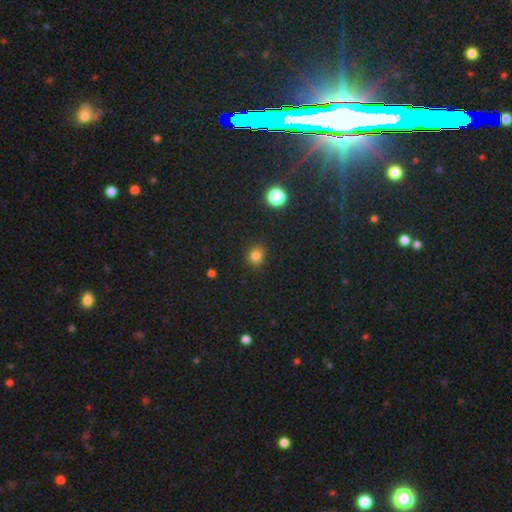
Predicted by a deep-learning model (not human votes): smooth_or_featured: smooth (p=0.80) [alt: star or artifact p=0.15]
how_rounded: round (p=0.82) [alt: in between p=0.17]
merging: none (p=0.87) [alt: minor disturbance p=0.09]